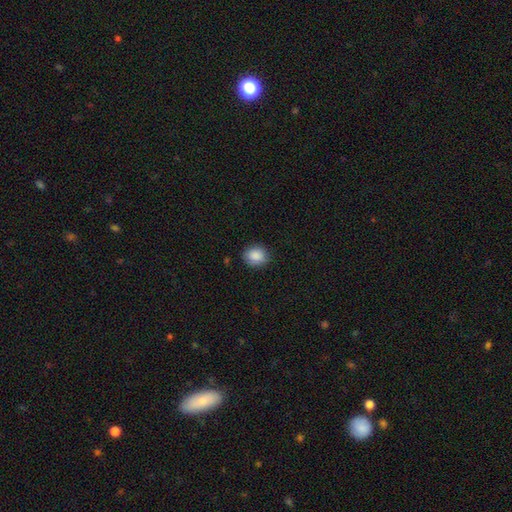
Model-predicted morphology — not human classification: Smooth or featured? Predicted: smooth (p=0.88). How rounded? Predicted: round (p=0.67). Merging? Predicted: none (p=0.86).